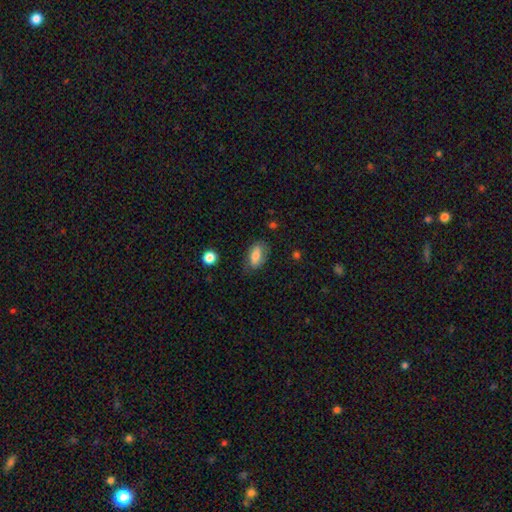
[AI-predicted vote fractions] Smooth or featured? smooth (73%)
How rounded? in between (88%)
Merging? none (71%)